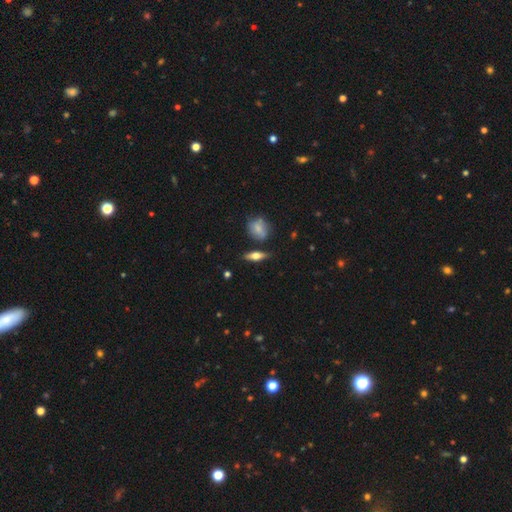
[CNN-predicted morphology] type=featured or disk (47%); merging=none (80%).